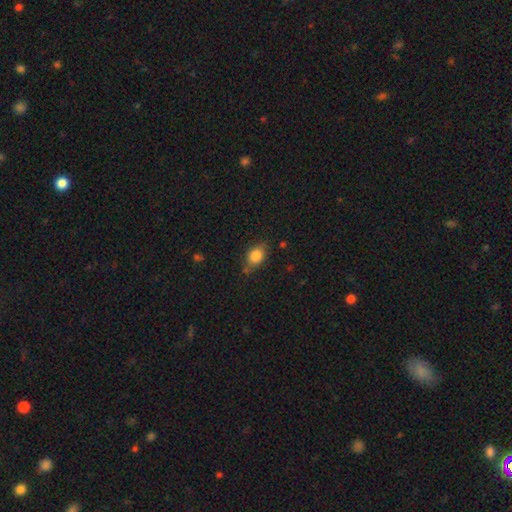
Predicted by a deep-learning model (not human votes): A smooth galaxy with no disk features (83%) that is in between round and cigar-shaped (68%).

Vote fractions:
- Smooth or featured? smooth: 83% / star or artifact: 9% / featured or disk: 8%
- How rounded? in between: 68% / round: 30% / cigar-shaped: 2%
- Merging? none: 71% / minor disturbance: 21% / major disturbance: 5% / merger: 4%